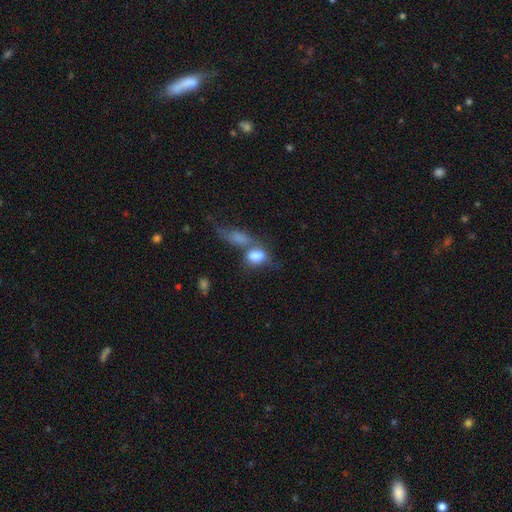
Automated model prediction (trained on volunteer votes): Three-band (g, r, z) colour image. It shows a smooth galaxy with no disk features (75%) that is in between round and cigar-shaped (77%). Merging: merger (58%).